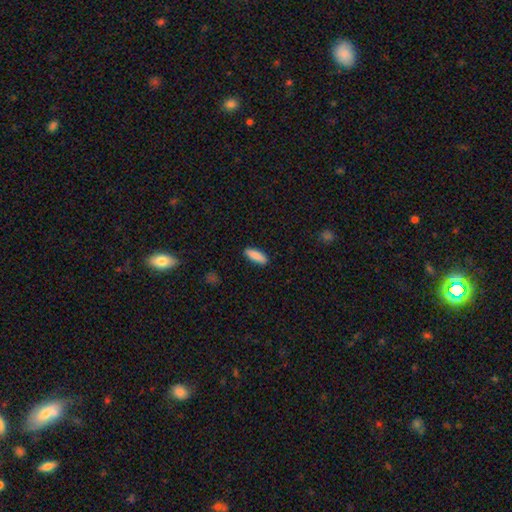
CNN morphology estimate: smooth_or_featured: smooth (p=0.88) [alt: star or artifact p=0.06]
how_rounded: in between (p=0.56) [alt: cigar-shaped p=0.42]
merging: none (p=0.89) [alt: minor disturbance p=0.08]